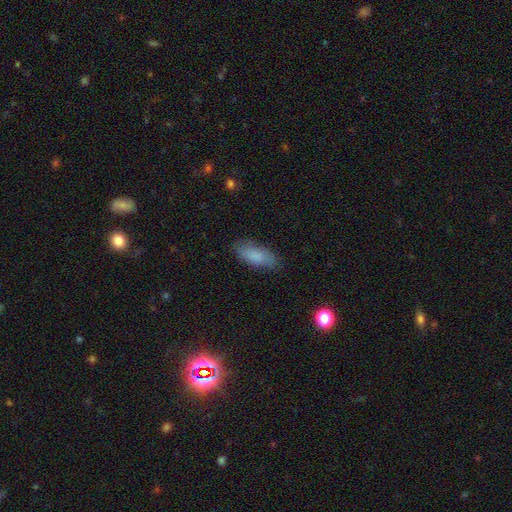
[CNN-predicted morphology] The model was most divided on "how rounded": in between: 76%, cigar-shaped: 22%, round: 2%. More confident: smooth or featured — smooth (84%); merging — none (82%).